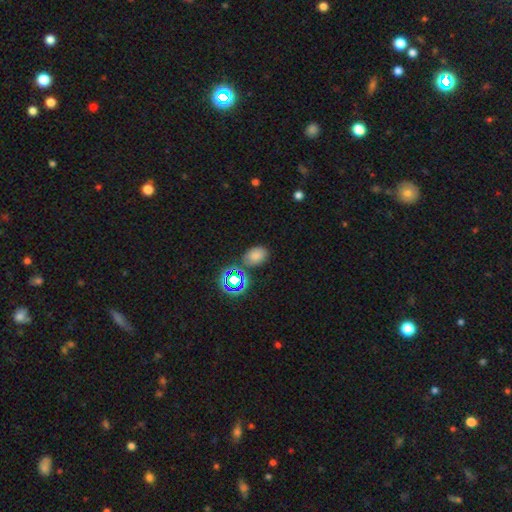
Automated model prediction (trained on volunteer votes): Morphology: type=smooth (70%); roundness=in between (71%); merging=none (74%).